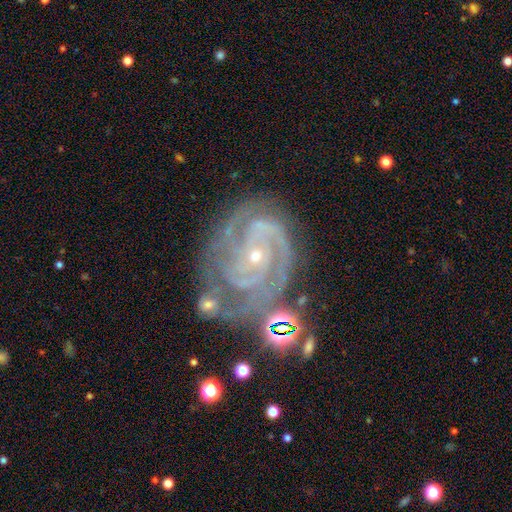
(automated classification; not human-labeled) featured or disk 90%, star or artifact 6%, smooth 3%. Down the decision tree: edge-on disk — no (98%); bar — no (65%); spiral arms — yes (98%); spiral arm count — 2 (35%); spiral winding — tight (72%); bulge size — small (82%); merging — none (55%).